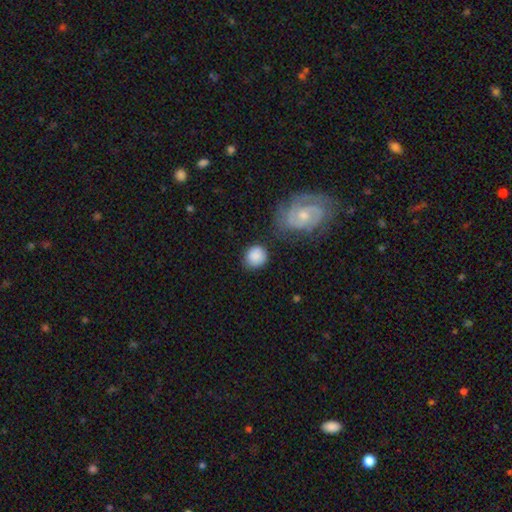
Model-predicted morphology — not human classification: A smooth galaxy with no disk features (83%) that is round (83%). Merging: none (71%).